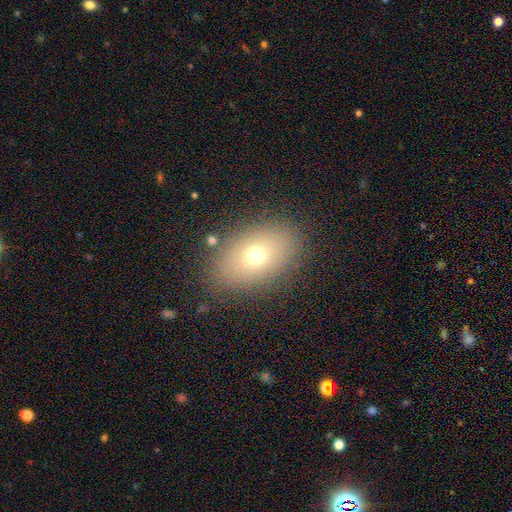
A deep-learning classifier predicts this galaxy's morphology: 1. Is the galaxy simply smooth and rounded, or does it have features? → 69% smooth, 18% featured or disk, 13% star or artifact.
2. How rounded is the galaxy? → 84% in between, 15% round, 2% cigar-shaped.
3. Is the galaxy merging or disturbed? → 86% none, 9% minor disturbance, 4% major disturbance, 2% merger.